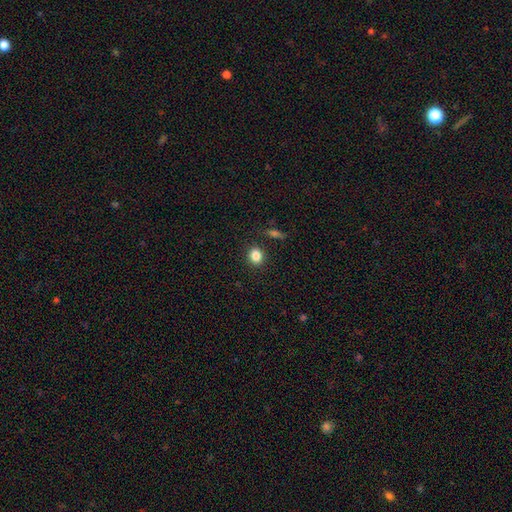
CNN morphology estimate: A smooth galaxy with no disk features (85%) that is round (71%). Merging: none (88%).